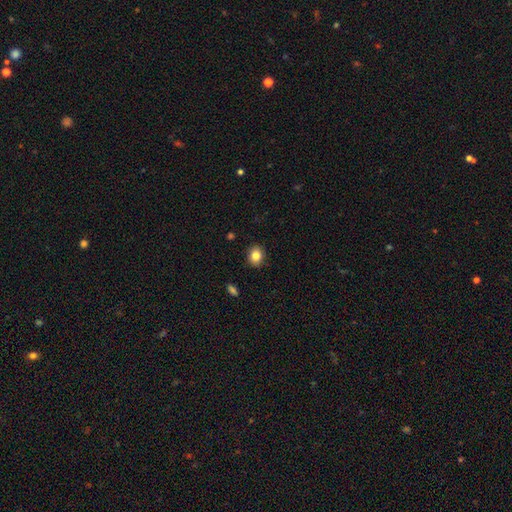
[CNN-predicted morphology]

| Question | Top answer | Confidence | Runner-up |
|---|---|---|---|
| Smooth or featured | smooth | 84% | star or artifact (9%) |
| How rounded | round | 63% | in between (36%) |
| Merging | none | 89% | minor disturbance (8%) |